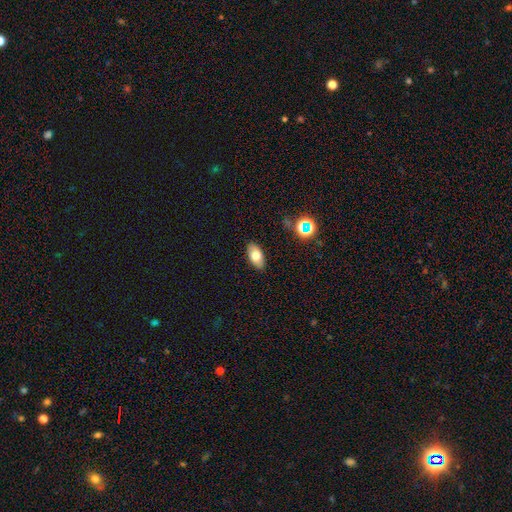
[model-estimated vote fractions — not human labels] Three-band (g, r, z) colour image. It shows a smooth galaxy with no disk features (73%) that is in between round and cigar-shaped (92%). Merging: none (87%).